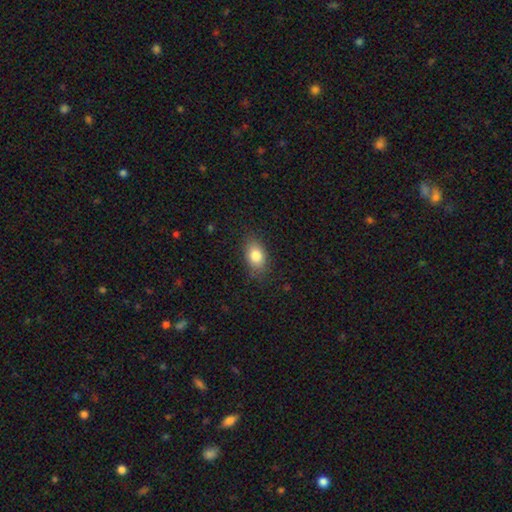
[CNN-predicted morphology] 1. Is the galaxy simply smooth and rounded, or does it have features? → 82% smooth, 9% featured or disk, 9% star or artifact.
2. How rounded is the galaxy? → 82% in between, 16% round, 3% cigar-shaped.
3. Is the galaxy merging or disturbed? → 80% none, 15% minor disturbance, 4% major disturbance, 1% merger.